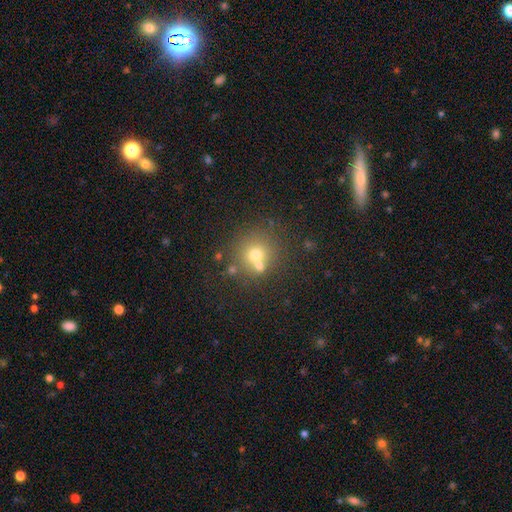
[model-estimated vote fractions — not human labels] smooth 64%, featured or disk 19%, star or artifact 17%. Down the decision tree: how rounded — round (88%); merging — none (55%).